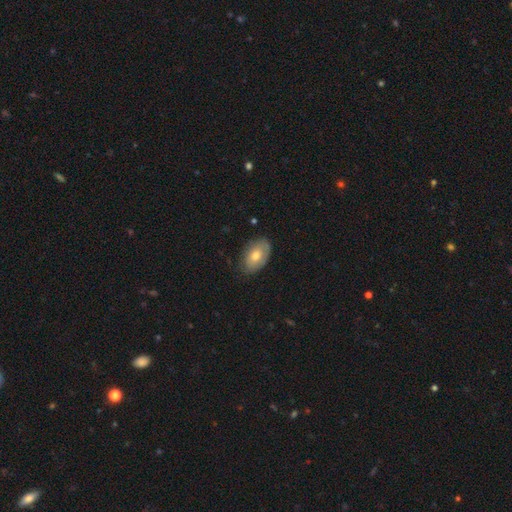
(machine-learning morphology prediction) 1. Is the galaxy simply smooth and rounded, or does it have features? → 65% smooth, 28% featured or disk, 7% star or artifact.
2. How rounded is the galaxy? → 91% in between, 7% round, 1% cigar-shaped.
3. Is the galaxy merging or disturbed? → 77% none, 19% minor disturbance, 3% major disturbance, 1% merger.